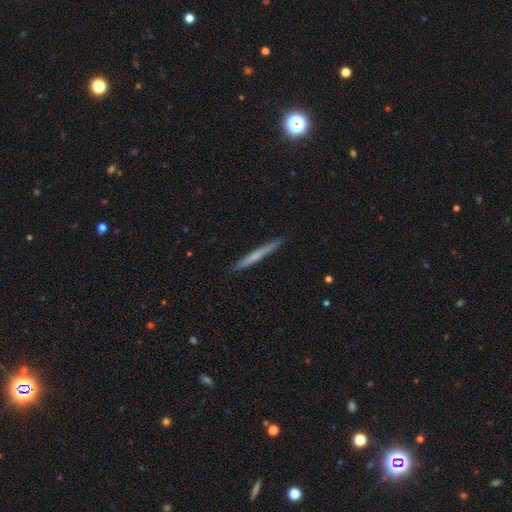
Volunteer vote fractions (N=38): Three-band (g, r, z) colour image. It shows a smooth galaxy with no disk features (53%) that is cigar-shaped (100%). Merging: none (97%).